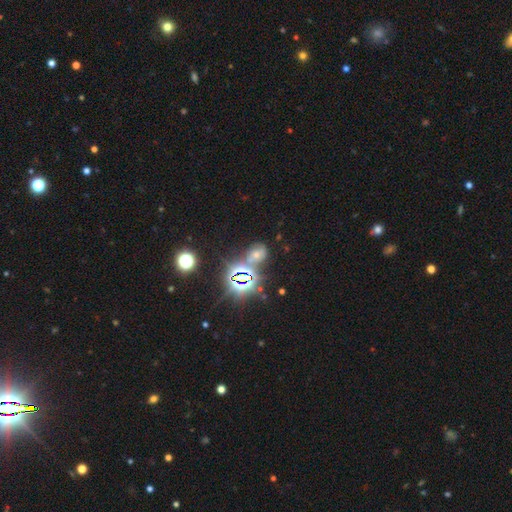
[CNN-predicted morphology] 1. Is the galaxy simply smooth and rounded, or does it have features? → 68% star or artifact, 19% smooth, 13% featured or disk.